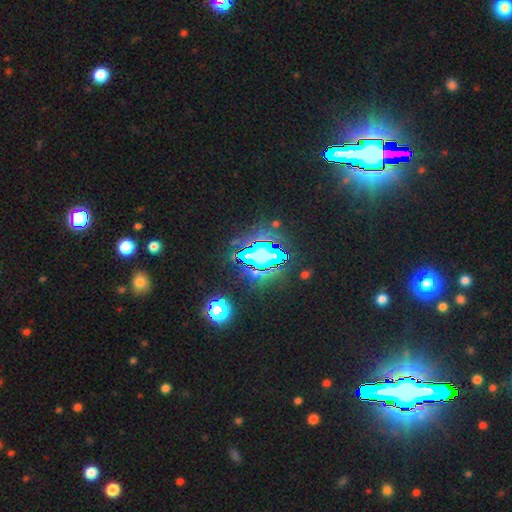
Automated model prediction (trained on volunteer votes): This appears to be a star or artifact, not a galaxy (82%).